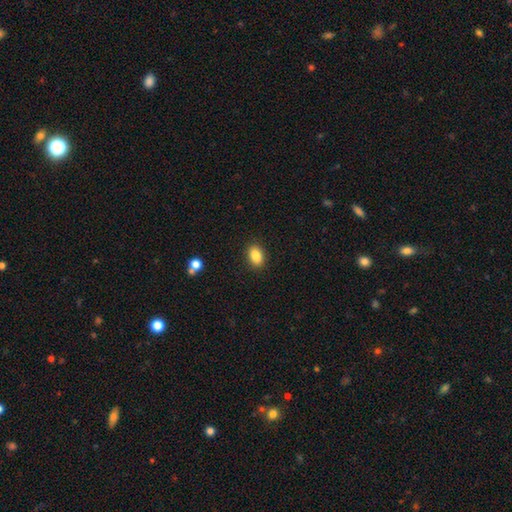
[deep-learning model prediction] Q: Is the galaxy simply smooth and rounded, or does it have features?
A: smooth — 86%.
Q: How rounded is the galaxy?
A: in between — 84%.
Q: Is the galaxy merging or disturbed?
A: none — 89%.